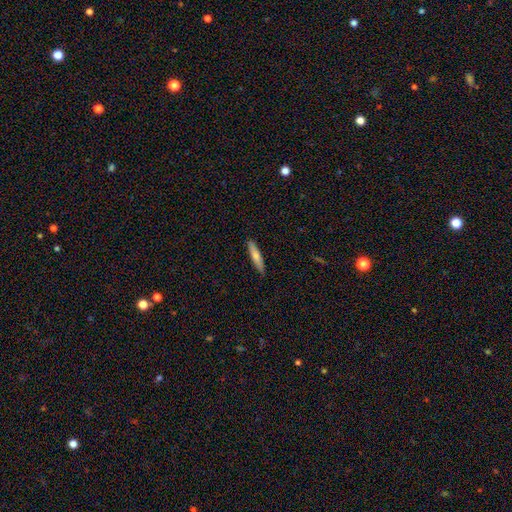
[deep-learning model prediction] Smooth or featured? Predicted: smooth (p=0.71). How rounded? Predicted: cigar-shaped (p=0.86). Merging? Predicted: none (p=0.89).